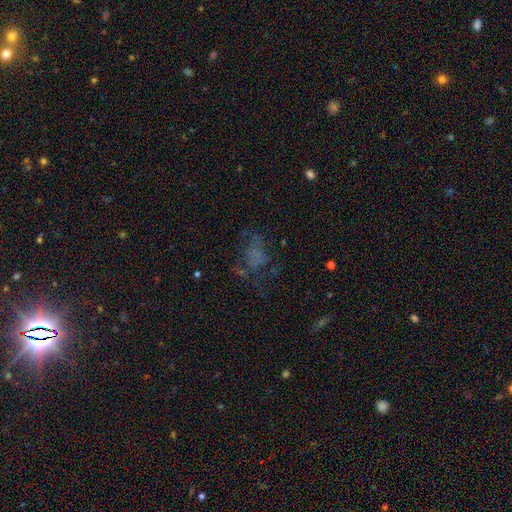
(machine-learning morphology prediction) This is marginally a smooth galaxy (38%). Merging: marginally none (43%).